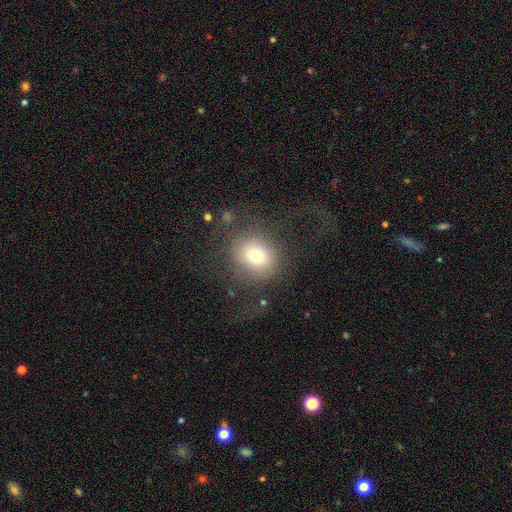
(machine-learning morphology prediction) Overall: smooth (70%). How rounded: round (76%). Merging: none (65%).